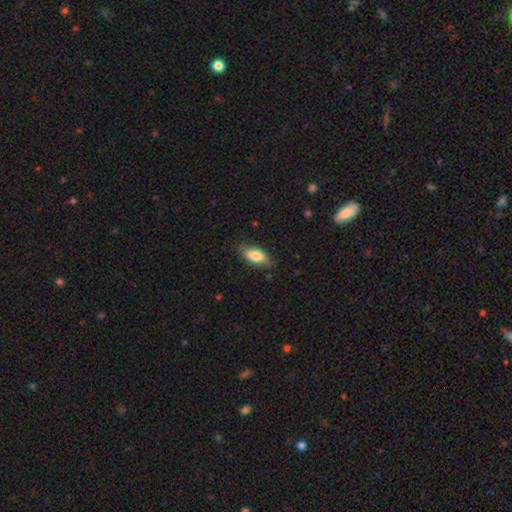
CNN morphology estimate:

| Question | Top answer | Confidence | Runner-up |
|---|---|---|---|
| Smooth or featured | smooth | 79% | featured or disk (14%) |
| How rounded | in between | 85% | cigar-shaped (12%) |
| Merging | none | 78% | minor disturbance (17%) |